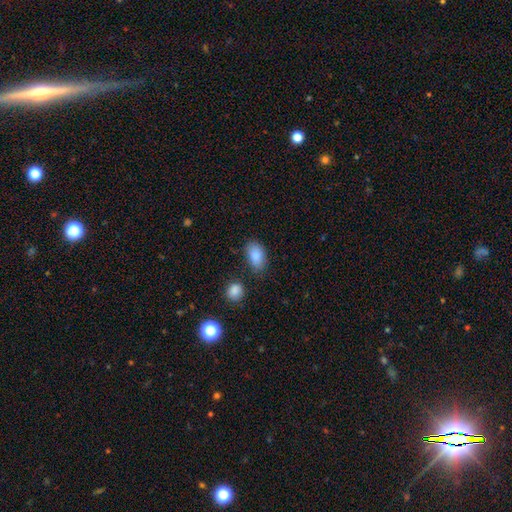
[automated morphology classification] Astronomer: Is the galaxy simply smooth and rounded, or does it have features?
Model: smooth — 87%.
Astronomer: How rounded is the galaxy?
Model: in between — 90%.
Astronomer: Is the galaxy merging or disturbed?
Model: none — 74%.